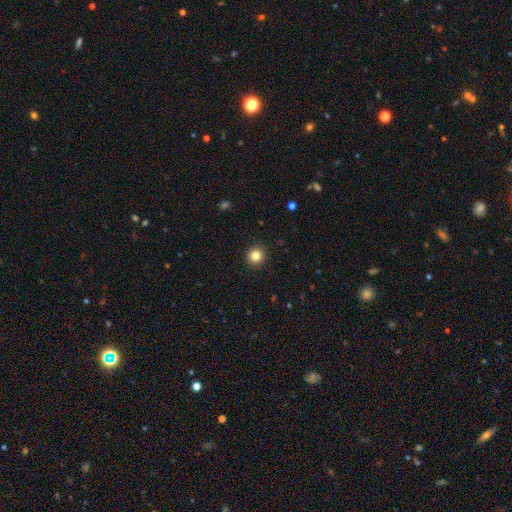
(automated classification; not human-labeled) Q: Smooth or featured?
A: smooth (83%); runner-up: star or artifact (12%)
Q: How rounded?
A: round (94%); runner-up: in between (5%)
Q: Merging?
A: none (93%); runner-up: minor disturbance (5%)